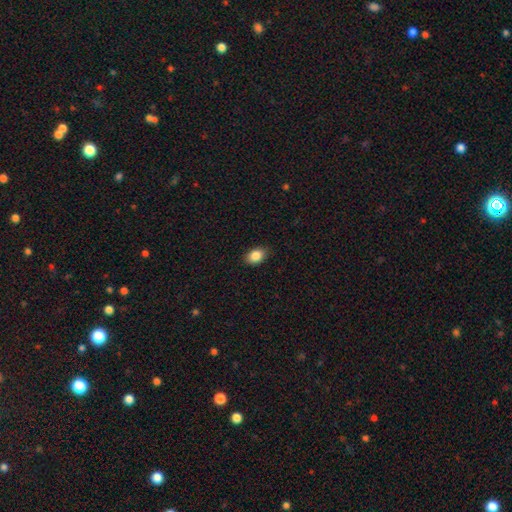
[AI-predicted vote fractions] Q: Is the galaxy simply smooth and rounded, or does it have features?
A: smooth — 86%.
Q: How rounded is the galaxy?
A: in between — 77%.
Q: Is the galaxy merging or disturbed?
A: none — 86%.